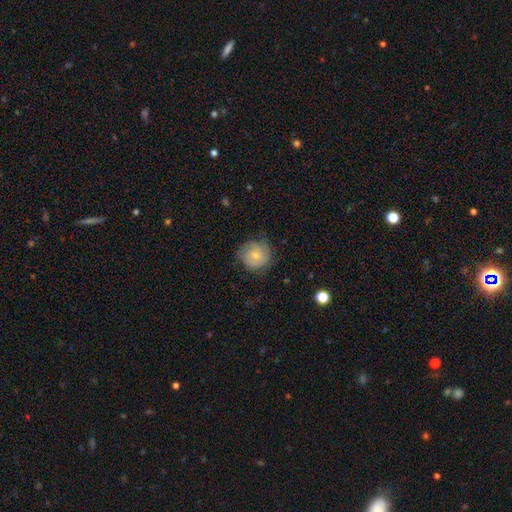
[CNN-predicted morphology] A smooth galaxy with no disk features (48%). Merging: none (72%).